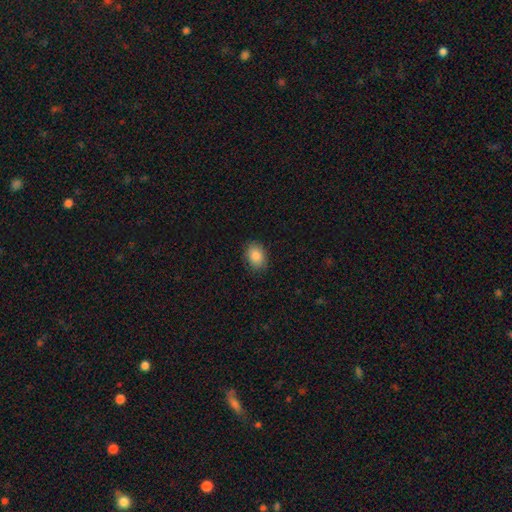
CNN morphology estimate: A smooth galaxy with no disk features (88%) that is in between round and cigar-shaped (65%).

Vote fractions:
- Smooth or featured? smooth: 88% / star or artifact: 8% / featured or disk: 4%
- How rounded? in between: 65% / round: 34% / cigar-shaped: 1%
- Merging? none: 85% / minor disturbance: 11% / major disturbance: 3% / merger: 1%